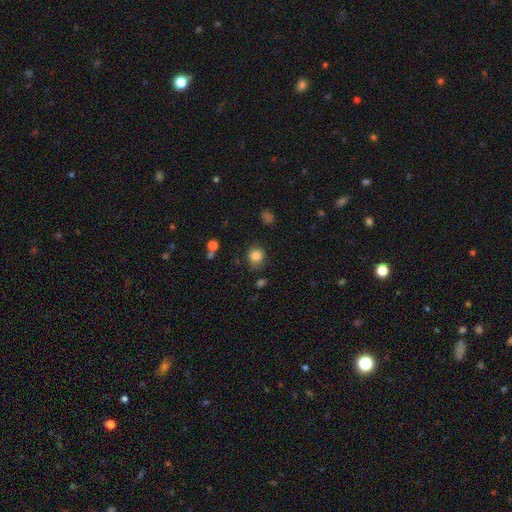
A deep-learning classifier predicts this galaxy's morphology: smooth-or-featured: smooth: 84% | star or artifact: 11% | featured or disk: 5%
  how-rounded: round: 76% | in between: 23% | cigar-shaped: 1%
  merging: none: 74% | minor disturbance: 18% | major disturbance: 5% | merger: 3%